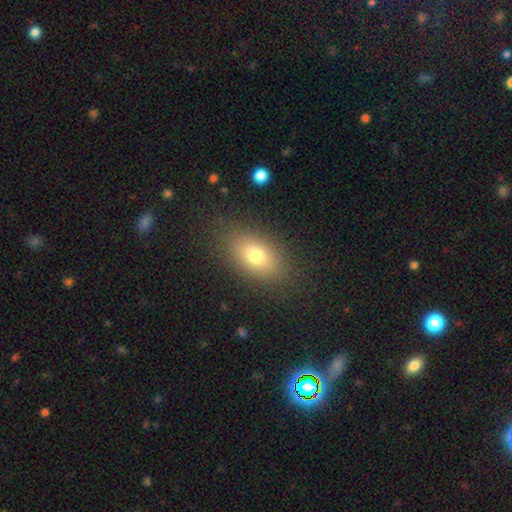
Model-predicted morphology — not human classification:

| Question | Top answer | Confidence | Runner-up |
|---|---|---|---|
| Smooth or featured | smooth | 76% | featured or disk (14%) |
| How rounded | in between | 86% | round (10%) |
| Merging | none | 84% | minor disturbance (10%) |